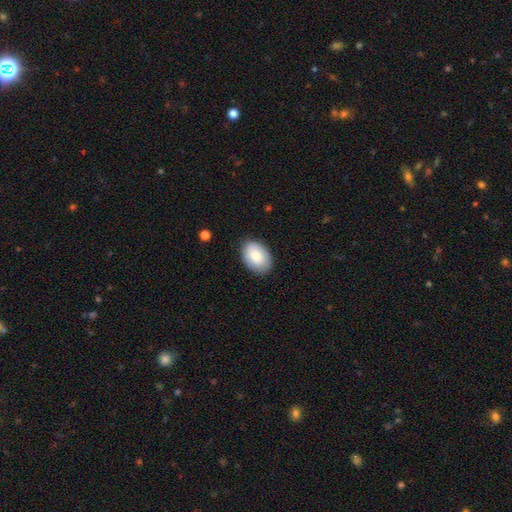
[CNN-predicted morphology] A smooth galaxy with no disk features (83%) that is in between round and cigar-shaped (86%). Merging: none (84%).